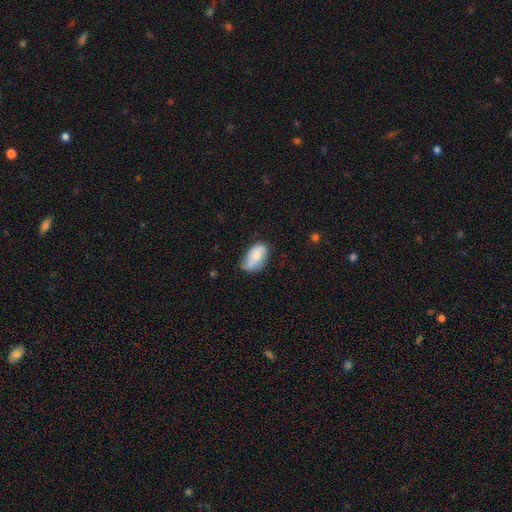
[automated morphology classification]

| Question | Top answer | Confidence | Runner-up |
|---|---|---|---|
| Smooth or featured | smooth | 73% | featured or disk (20%) |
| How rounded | in between | 93% | round (4%) |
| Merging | none | 51% | minor disturbance (36%) |